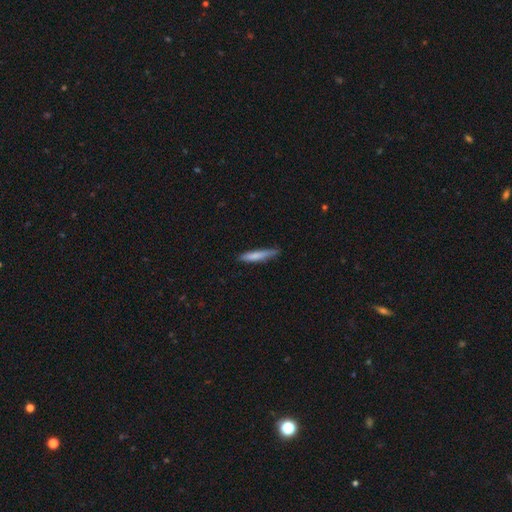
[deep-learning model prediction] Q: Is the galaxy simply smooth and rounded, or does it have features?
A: smooth — 77%.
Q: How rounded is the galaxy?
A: cigar-shaped — 91%.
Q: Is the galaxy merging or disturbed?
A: none — 73%.